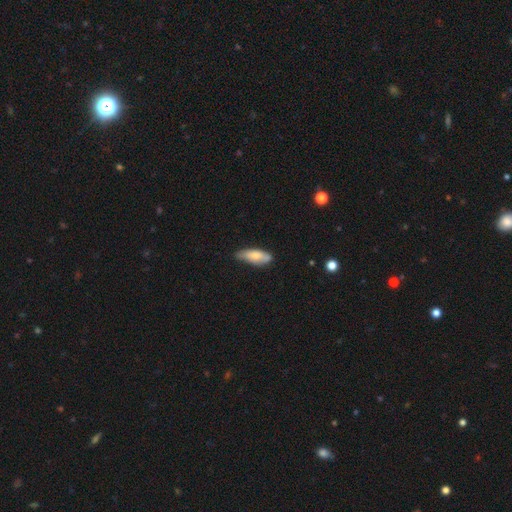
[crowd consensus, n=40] Smooth or featured?
  - smooth: 70% *
  - featured or disk: 20%
  - star or artifact: 10%
How rounded?
  - in between: 96% *
  - cigar-shaped: 4%
  - round: 0%
Merging?
  - none: 56% *
  - minor disturbance: 36%
  - merger: 6%
  - major disturbance: 3%